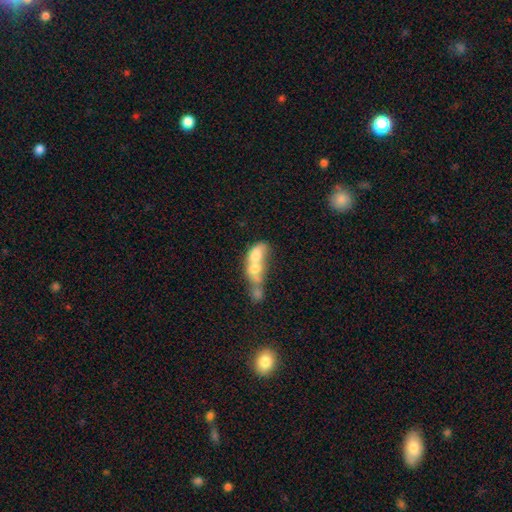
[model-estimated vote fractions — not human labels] A smooth galaxy with no disk features (56%) that is in between round and cigar-shaped (72%).

Vote fractions:
- Smooth or featured? smooth: 56% / featured or disk: 35% / star or artifact: 9%
- How rounded? in between: 72% / round: 17% / cigar-shaped: 11%
- Merging? merger: 77% / none: 9% / major disturbance: 8% / minor disturbance: 5%